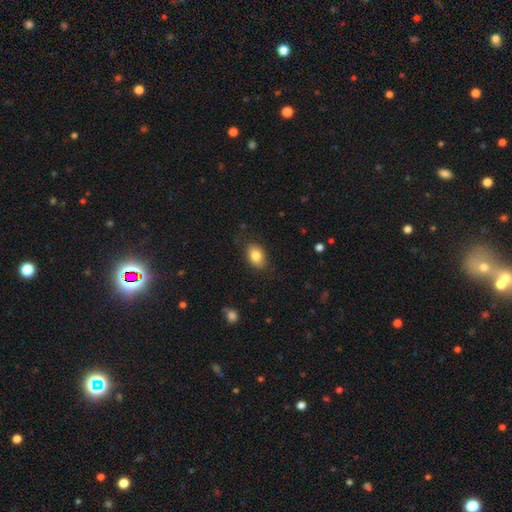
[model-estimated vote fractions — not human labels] Q: Smooth or featured?
A: smooth (82%); runner-up: featured or disk (9%)
Q: How rounded?
A: in between (80%); runner-up: round (19%)
Q: Merging?
A: none (83%); runner-up: minor disturbance (13%)